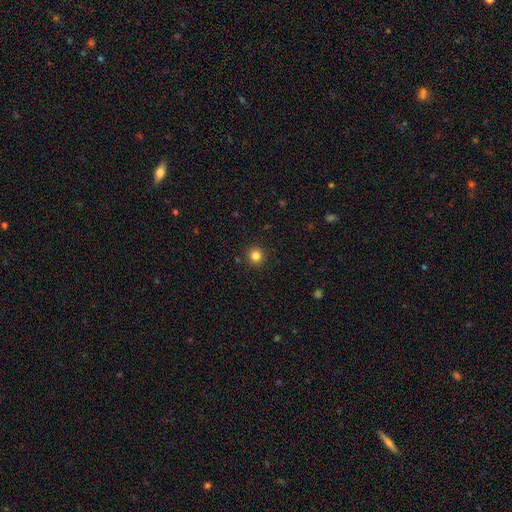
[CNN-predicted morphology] A smooth galaxy with no disk features (83%) that is round (94%). Merging: none (92%).